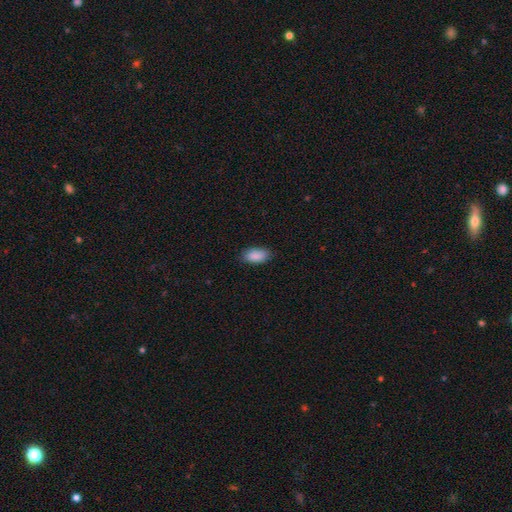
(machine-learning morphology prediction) Smooth or featured? Predicted: smooth (p=0.89). How rounded? Predicted: in between (p=0.93). Merging? Predicted: none (p=0.84).